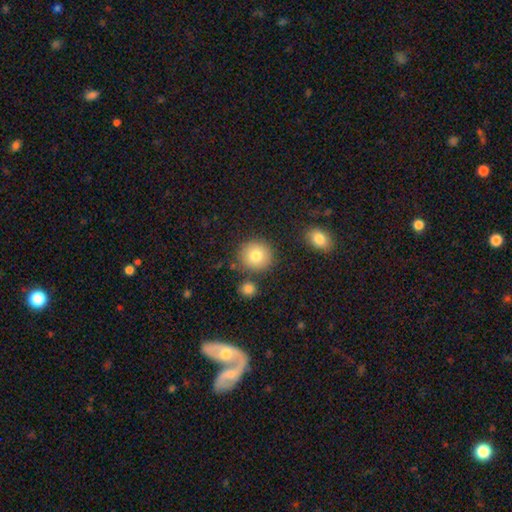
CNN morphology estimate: Smooth or featured?
  - smooth: 81% *
  - featured or disk: 10%
  - star or artifact: 9%
How rounded?
  - round: 90% *
  - in between: 9%
  - cigar-shaped: 1%
Merging?
  - none: 82% *
  - minor disturbance: 8%
  - merger: 7%
  - major disturbance: 3%